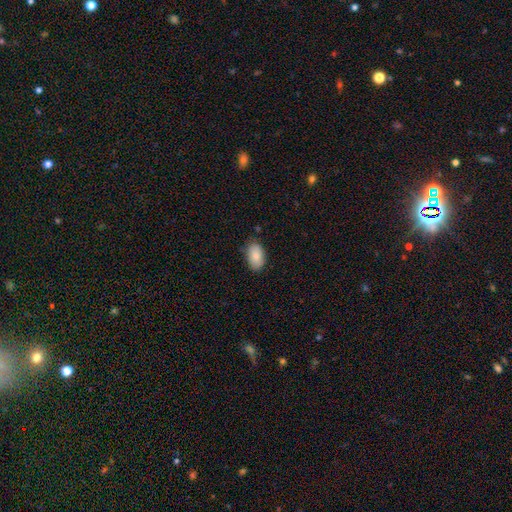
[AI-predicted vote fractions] Smooth or featured: smooth — 85% (featured or disk — 9%)
How rounded: in between — 92% (round — 7%)
Merging: none — 79% (minor disturbance — 17%)